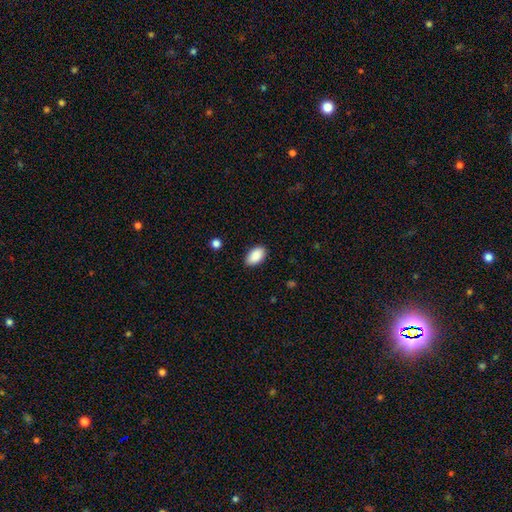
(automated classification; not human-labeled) Overall: smooth (90%). How rounded: in between (94%). Merging: none (87%).